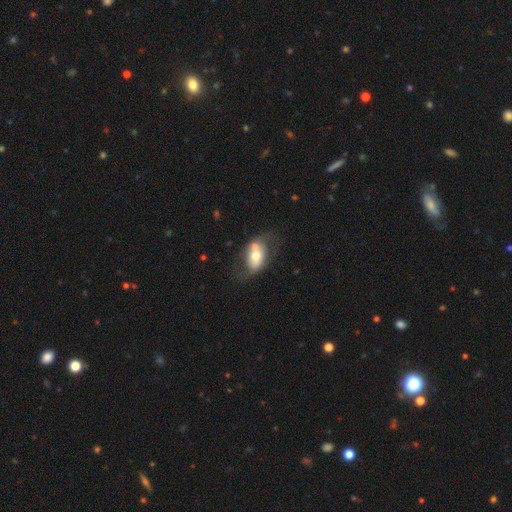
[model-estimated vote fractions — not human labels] Morphology: type=smooth (49%); merging=none (44%).